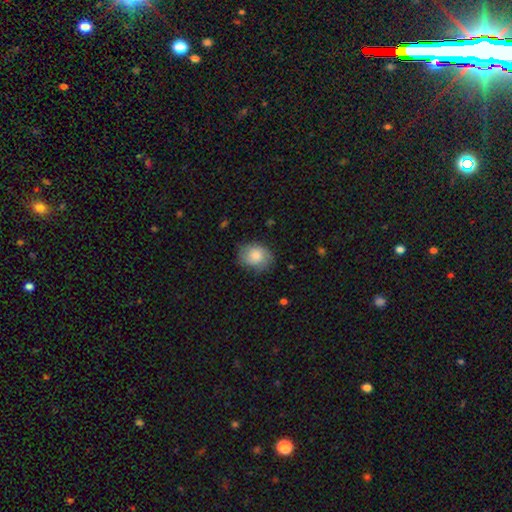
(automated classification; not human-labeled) Morphology: type=smooth (72%); roundness=in between (52%); merging=none (70%).